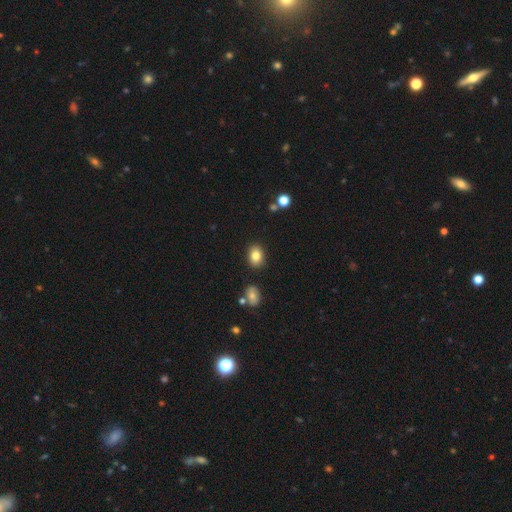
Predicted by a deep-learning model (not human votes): A smooth galaxy with no disk features (83%) that is in between round and cigar-shaped (68%).

Vote fractions:
- Smooth or featured? smooth: 83% / star or artifact: 9% / featured or disk: 8%
- How rounded? in between: 68% / round: 31% / cigar-shaped: 1%
- Merging? none: 86% / minor disturbance: 9% / merger: 3% / major disturbance: 2%